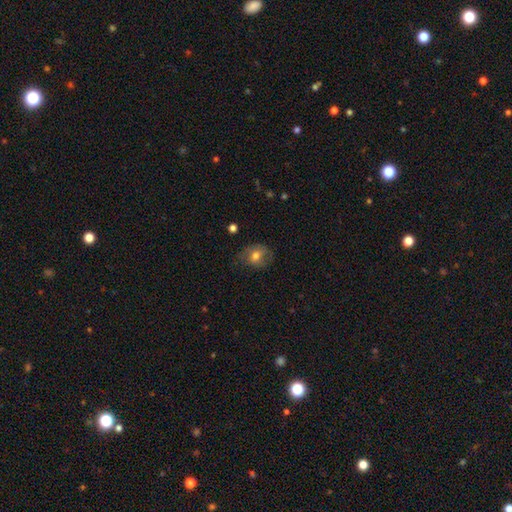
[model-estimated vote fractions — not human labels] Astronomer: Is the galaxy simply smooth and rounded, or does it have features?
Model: smooth — 65%.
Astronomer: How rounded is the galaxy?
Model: in between — 53% (runner-up: round, 46%).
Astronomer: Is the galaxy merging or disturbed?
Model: none — 60%.